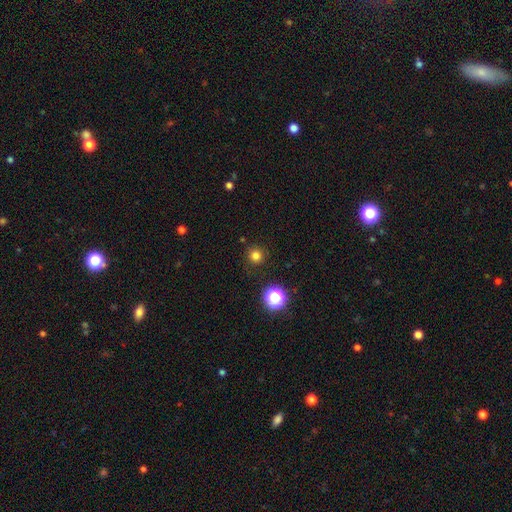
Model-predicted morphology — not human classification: The model was most divided on "smooth or featured": smooth: 79%, star or artifact: 16%, featured or disk: 5%. More confident: how rounded — round (95%); merging — none (90%).